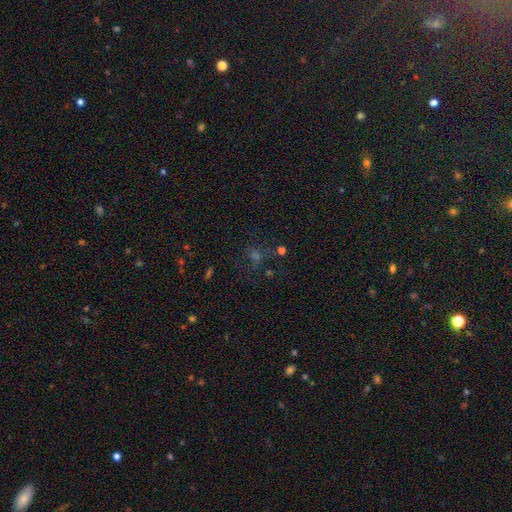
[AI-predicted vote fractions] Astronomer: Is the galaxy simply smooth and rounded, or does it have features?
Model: star or artifact — 53% (runner-up: smooth, 33%).